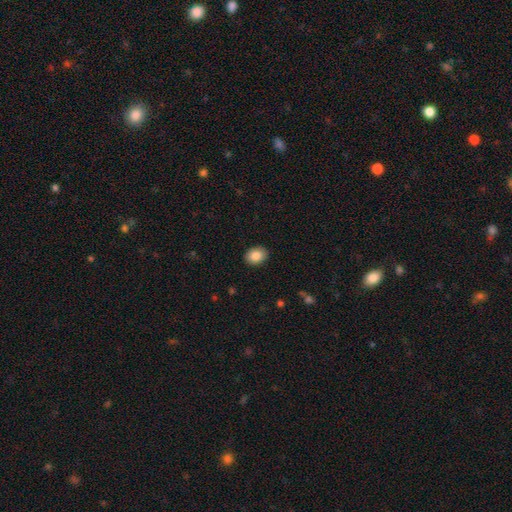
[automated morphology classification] A smooth galaxy with no disk features (87%) that is in between round and cigar-shaped (61%). Merging: none (89%).